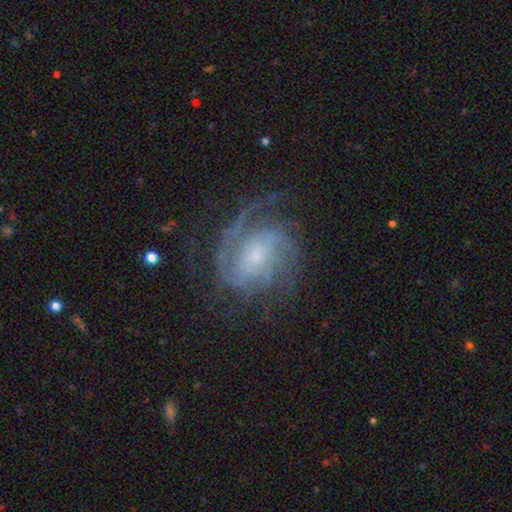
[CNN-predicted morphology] Smooth or featured? Predicted: featured or disk (p=0.86). Edge-on disk? Predicted: no (p=0.97). Bar? Predicted: no (p=0.51). Spiral arms? Predicted: yes (p=0.96). Spiral winding? Predicted: medium (p=0.43, tied with tight). Spiral arm count? Predicted: 2 (p=0.29). Bulge size? Predicted: small (p=0.60). Merging? Predicted: none (p=0.67).